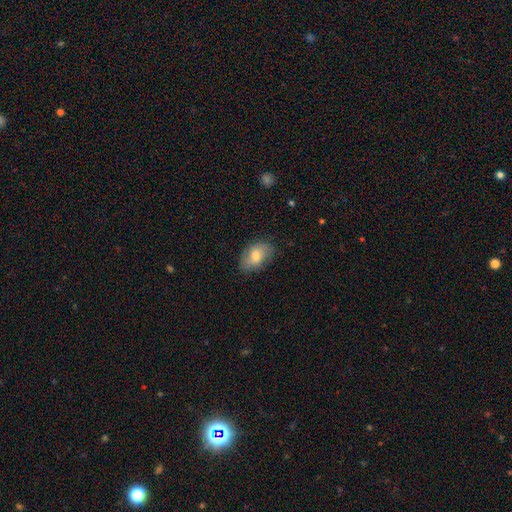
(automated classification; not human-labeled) Smooth or featured? Predicted: smooth (p=0.70). How rounded? Predicted: in between (p=0.87). Merging? Predicted: none (p=0.78).